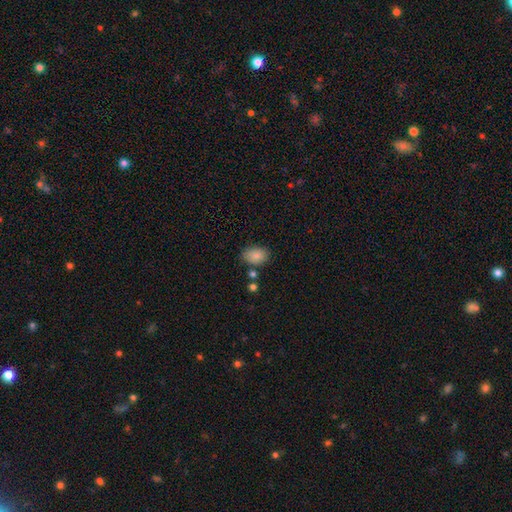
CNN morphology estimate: A smooth galaxy with no disk features (86%) that is in between round and cigar-shaped (82%).

Vote fractions:
- Smooth or featured? smooth: 86% / star or artifact: 8% / featured or disk: 6%
- How rounded? in between: 82% / round: 17% / cigar-shaped: 1%
- Merging? none: 76% / minor disturbance: 15% / merger: 6% / major disturbance: 4%